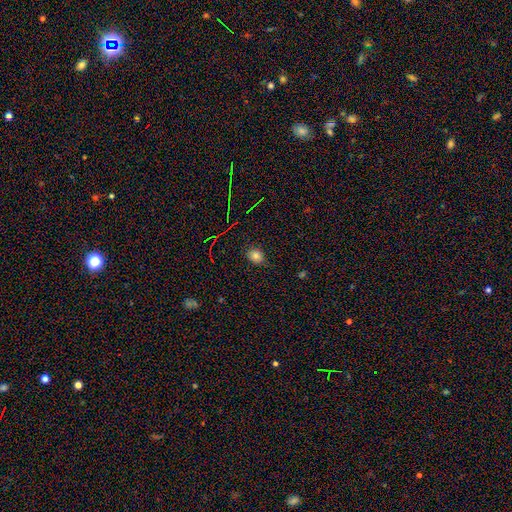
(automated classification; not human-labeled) Smooth or featured?
  - smooth: 76% *
  - star or artifact: 17%
  - featured or disk: 7%
How rounded?
  - in between: 51% *
  - round: 48%
  - cigar-shaped: 1%
Merging?
  - none: 81% *
  - minor disturbance: 15%
  - major disturbance: 3%
  - merger: 1%